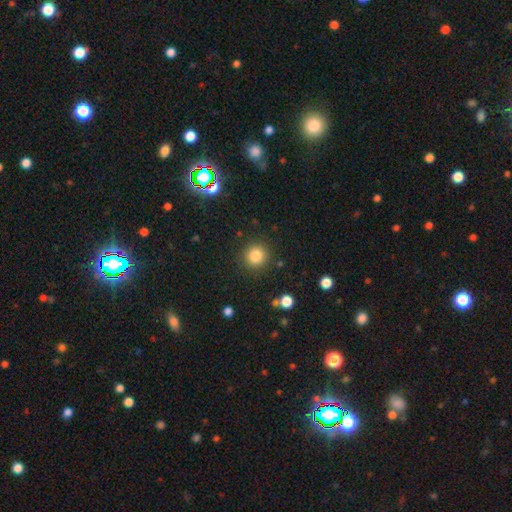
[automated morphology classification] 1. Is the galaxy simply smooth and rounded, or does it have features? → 84% smooth, 11% star or artifact, 5% featured or disk.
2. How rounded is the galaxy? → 92% round, 7% in between, 1% cigar-shaped.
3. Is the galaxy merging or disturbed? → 88% none, 7% minor disturbance, 3% major disturbance, 2% merger.